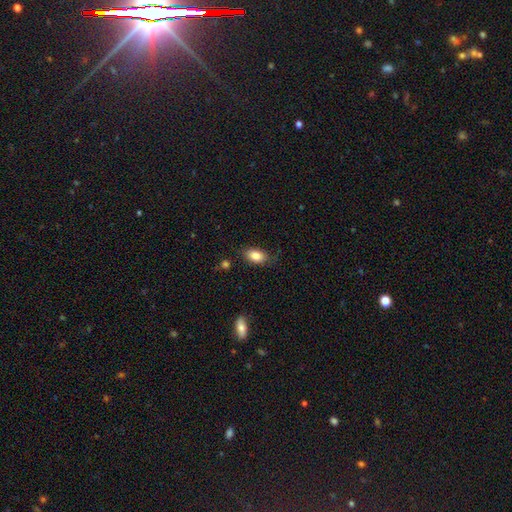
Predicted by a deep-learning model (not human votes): Smooth or featured? smooth (84%)
How rounded? in between (88%)
Merging? none (77%)